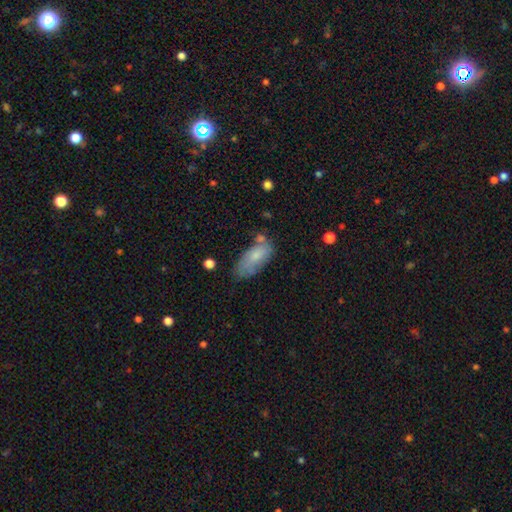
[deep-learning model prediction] smooth 77%, featured or disk 17%, star or artifact 7%. Down the decision tree: how rounded — in between (86%); merging — none (54%).